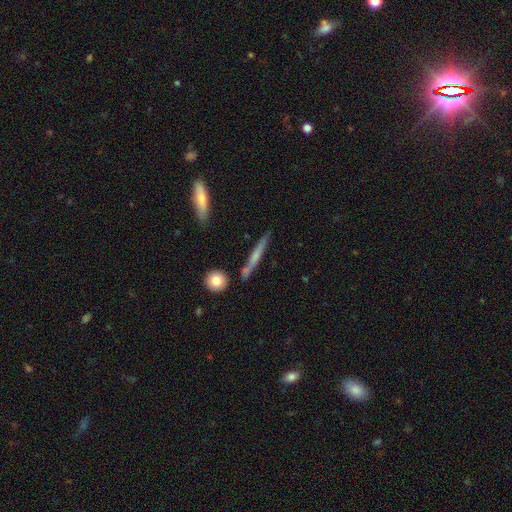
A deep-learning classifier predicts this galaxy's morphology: Smooth or featured: smooth — 50% (featured or disk — 44%)
Merging: none — 79% (minor disturbance — 12%)